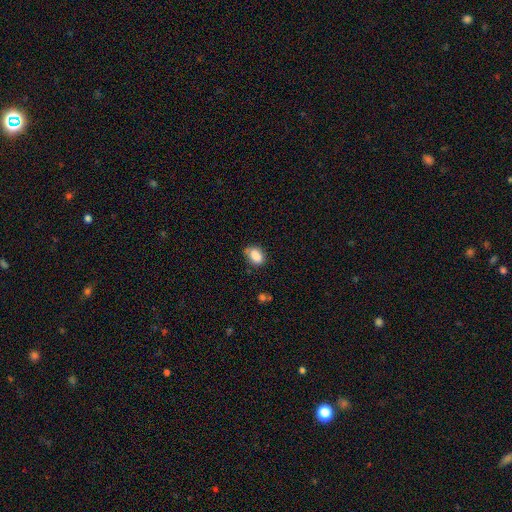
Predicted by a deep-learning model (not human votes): smooth 84%, star or artifact 9%, featured or disk 7%. Down the decision tree: how rounded — in between (82%); merging — none (63%).